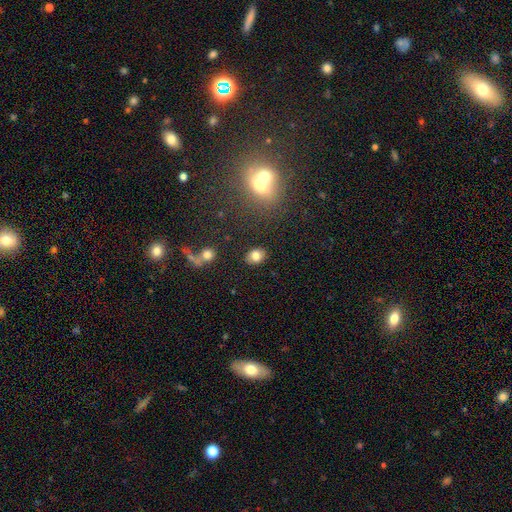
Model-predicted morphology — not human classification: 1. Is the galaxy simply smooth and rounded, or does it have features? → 80% smooth, 11% star or artifact, 9% featured or disk.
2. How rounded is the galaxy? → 58% in between, 41% round, 1% cigar-shaped.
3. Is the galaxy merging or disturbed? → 85% none, 9% minor disturbance, 3% merger, 3% major disturbance.